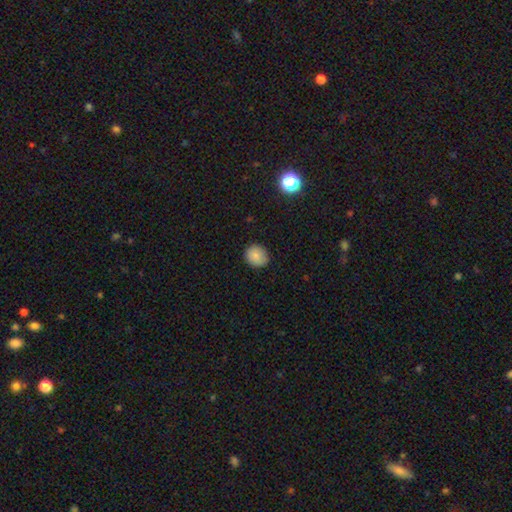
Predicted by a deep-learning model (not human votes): A smooth galaxy with no disk features (83%) that is round (78%). Merging: none (86%).